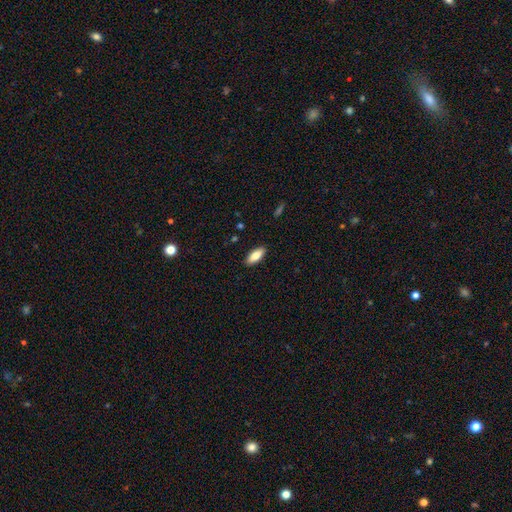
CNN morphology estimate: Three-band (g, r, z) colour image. It shows a smooth galaxy with no disk features (79%) that is in between round and cigar-shaped (75%). Merging: none (89%).